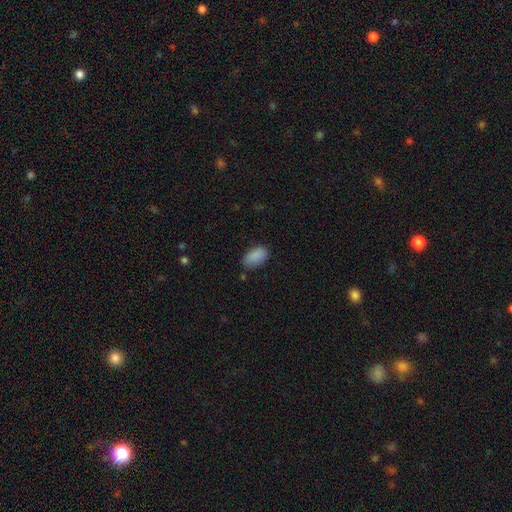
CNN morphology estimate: The model was most divided on "merging": none: 78%, minor disturbance: 17%, major disturbance: 3%, merger: 2%. More confident: how rounded — in between (94%); smooth or featured — smooth (89%).